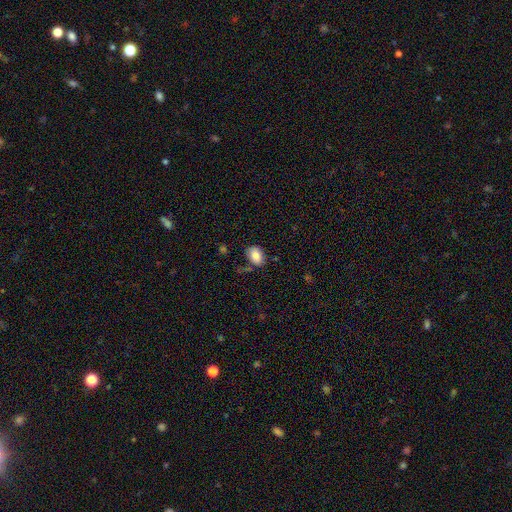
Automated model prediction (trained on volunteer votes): A smooth galaxy with no disk features (85%) that is in between round and cigar-shaped (84%). Merging: none (66%).